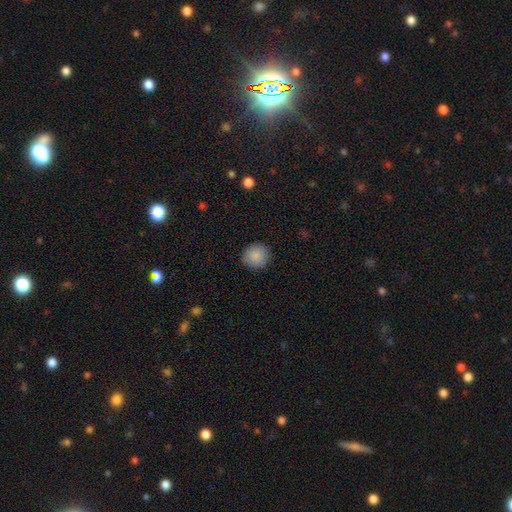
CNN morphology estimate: The model was most divided on "smooth or featured": smooth: 88%, star or artifact: 8%, featured or disk: 4%. More confident: how rounded — round (90%); merging — none (90%).